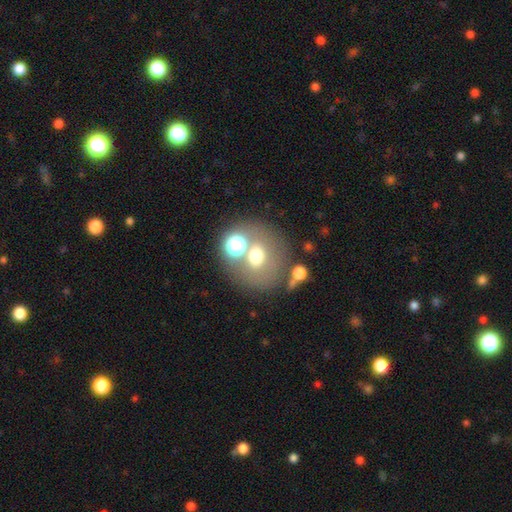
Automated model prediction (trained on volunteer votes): Morphology: type=smooth (59%); roundness=round (78%); merging=none (58%).